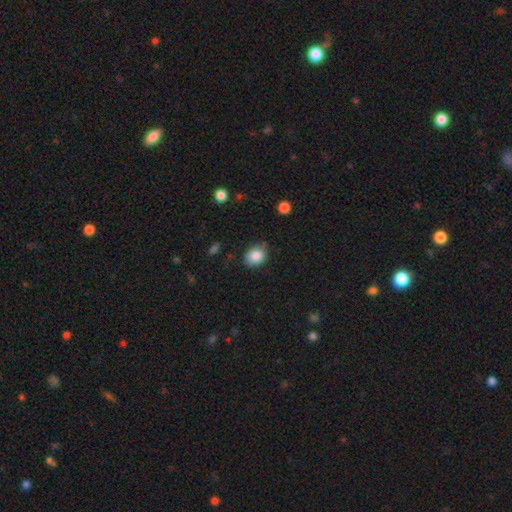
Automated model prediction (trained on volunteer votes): The model was most divided on "how rounded": in between: 52%, round: 47%, cigar-shaped: 1%. More confident: smooth or featured — smooth (87%); merging — none (76%).